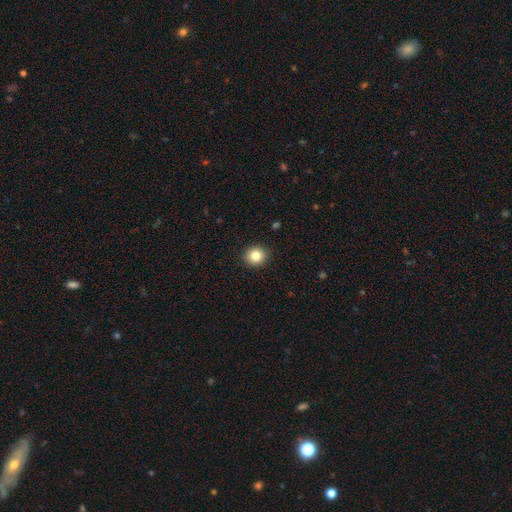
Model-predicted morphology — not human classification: type=smooth (84%); roundness=round (85%); merging=none (91%).